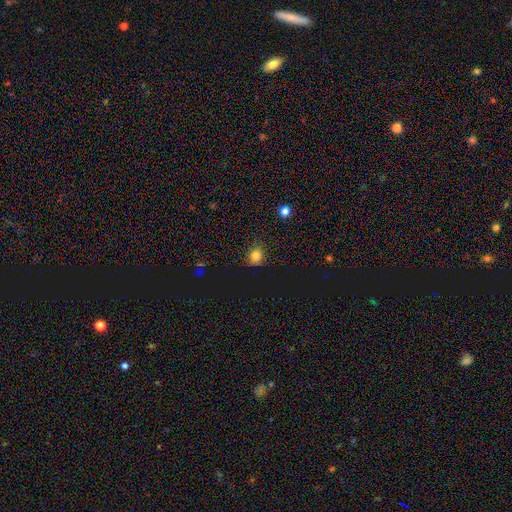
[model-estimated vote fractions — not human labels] smooth-or-featured: smooth: 79% | star or artifact: 16% | featured or disk: 5%
  how-rounded: round: 84% | in between: 15% | cigar-shaped: 1%
  merging: none: 84% | minor disturbance: 12% | major disturbance: 3% | merger: 1%